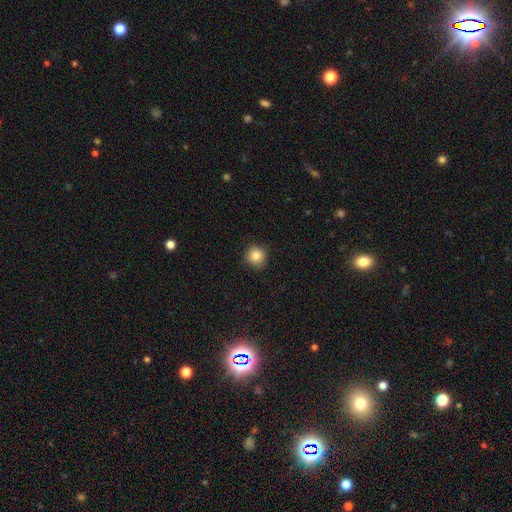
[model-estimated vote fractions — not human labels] Q: Smooth or featured?
A: smooth (83%); runner-up: star or artifact (11%)
Q: How rounded?
A: round (92%); runner-up: in between (7%)
Q: Merging?
A: none (89%); runner-up: minor disturbance (8%)